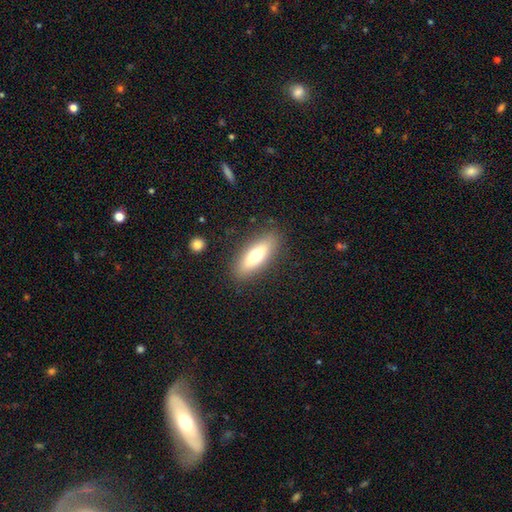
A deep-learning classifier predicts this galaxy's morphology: Smooth or featured? Predicted: smooth (p=0.63). How rounded? Predicted: in between (p=0.52). Merging? Predicted: none (p=0.86).